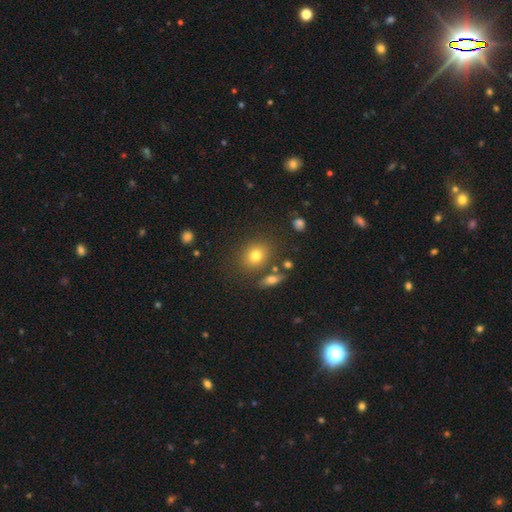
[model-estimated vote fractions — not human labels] This is likely a smooth galaxy (77%). How rounded: likely round (60%). Merging: likely none (77%).